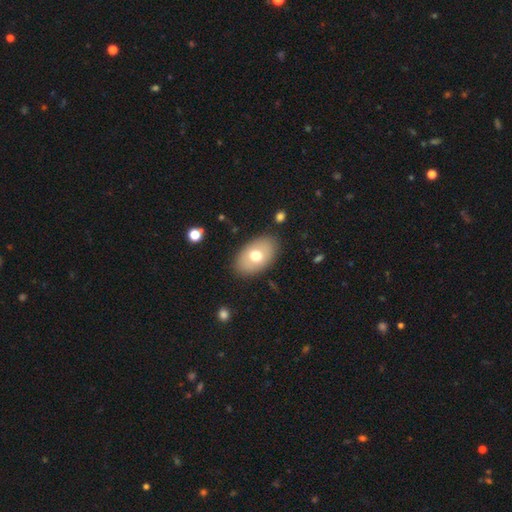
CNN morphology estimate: type=smooth (67%); roundness=in between (89%); merging=none (85%).